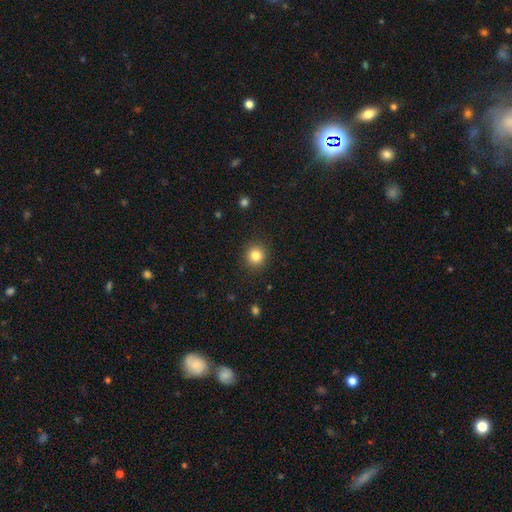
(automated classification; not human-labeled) Q: Smooth or featured?
A: smooth (83%); runner-up: star or artifact (11%)
Q: How rounded?
A: round (93%); runner-up: in between (7%)
Q: Merging?
A: none (90%); runner-up: minor disturbance (6%)